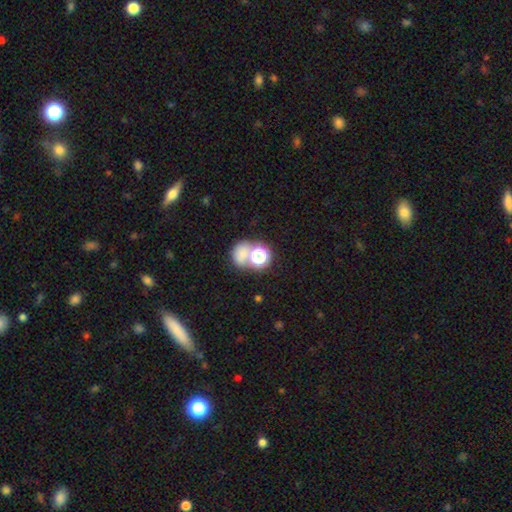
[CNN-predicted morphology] Smooth or featured: smooth — 58% (star or artifact — 28%)
How rounded: round — 65% (in between — 33%)
Merging: none — 46% (merger — 39%)